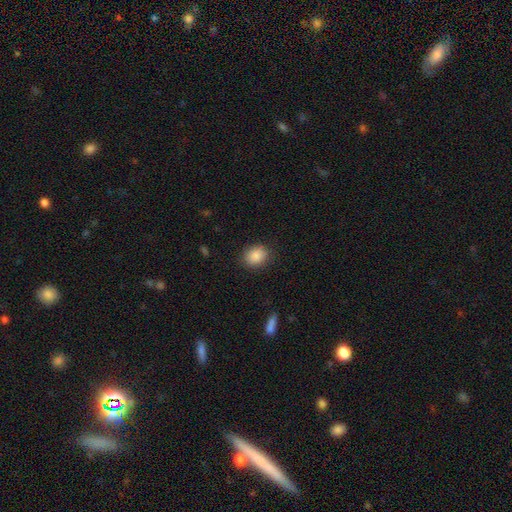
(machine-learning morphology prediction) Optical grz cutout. It shows a smooth galaxy with no disk features (87%) that is round (56%). Merging: none (86%).